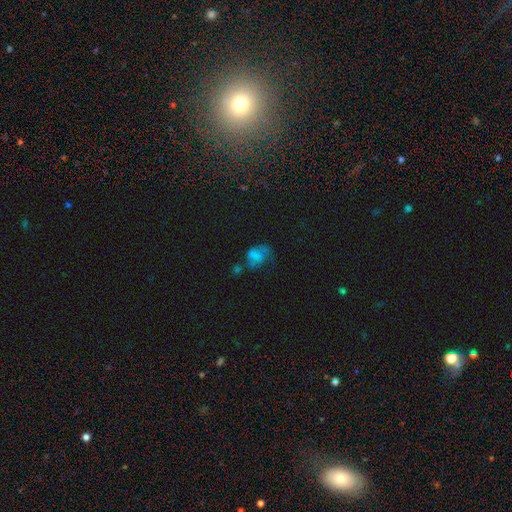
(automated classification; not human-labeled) A smooth galaxy with no disk features (50%).

Vote fractions:
- Smooth or featured? smooth: 50% / featured or disk: 33% / star or artifact: 18%
- Merging? major disturbance: 38% / none: 28% / minor disturbance: 23% / merger: 11%